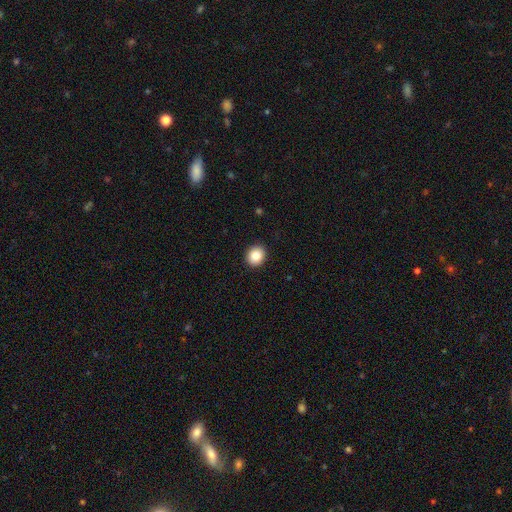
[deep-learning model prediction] Smooth or featured: smooth — 84% (star or artifact — 9%)
How rounded: round — 77% (in between — 22%)
Merging: none — 92% (minor disturbance — 5%)